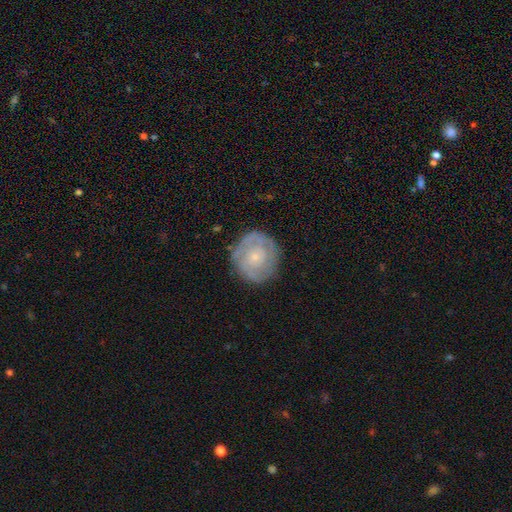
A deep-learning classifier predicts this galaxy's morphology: This is likely a featured or disk galaxy (67%). It is clearly not viewed edge-on (98%). Bar: clearly no (80%). Spiral arm pattern: clearly yes (82%). Spiral arm count: marginally can't tell (39%). Spiral winding: likely tight (67%). Central bulge: likely small (79%). Merging: likely none (80%).